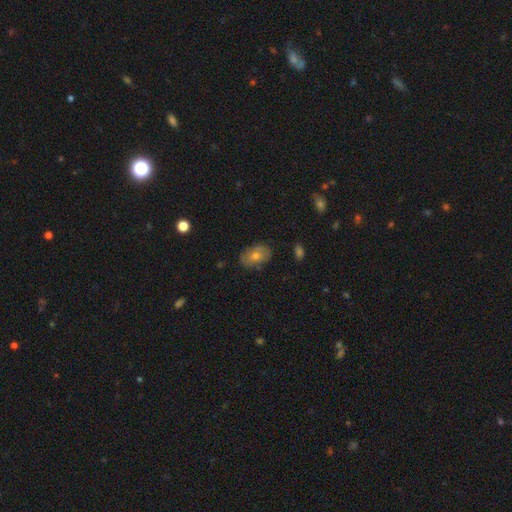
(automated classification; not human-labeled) Q: Smooth or featured?
A: smooth (61%); runner-up: featured or disk (29%)
Q: How rounded?
A: in between (85%); runner-up: round (13%)
Q: Merging?
A: none (81%); runner-up: minor disturbance (14%)